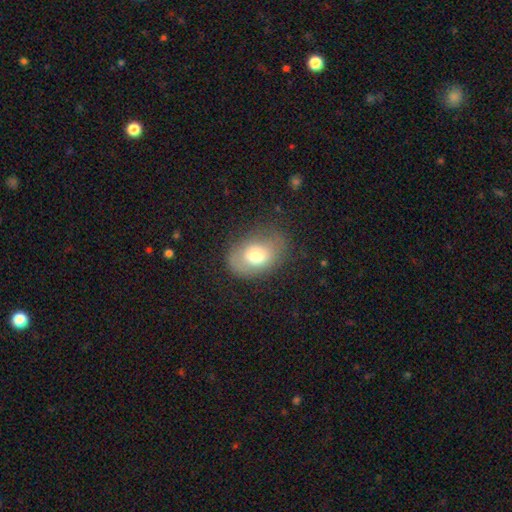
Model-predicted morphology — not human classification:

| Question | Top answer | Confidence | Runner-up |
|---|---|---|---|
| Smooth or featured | smooth | 71% | featured or disk (20%) |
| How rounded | in between | 76% | round (23%) |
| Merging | none | 65% | minor disturbance (24%) |